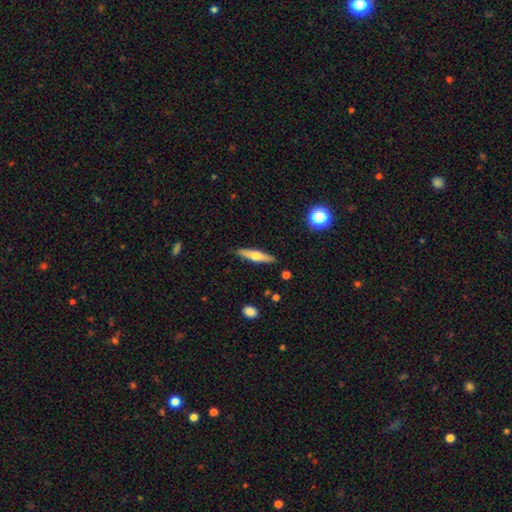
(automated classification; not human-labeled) A featured or disk galaxy (49%). Merging: none (88%).